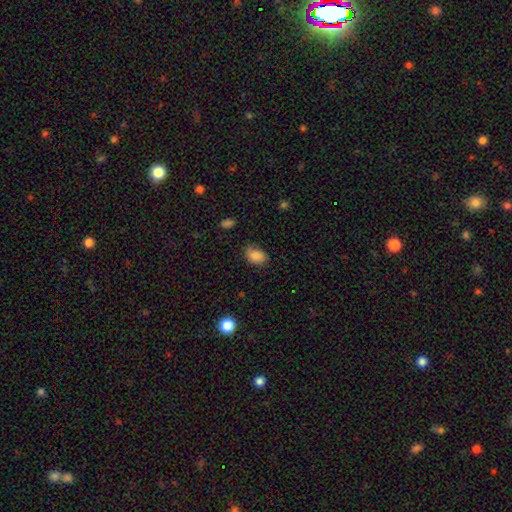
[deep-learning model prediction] Smooth or featured?
  - smooth: 85% *
  - star or artifact: 9%
  - featured or disk: 7%
How rounded?
  - in between: 80% *
  - round: 19%
  - cigar-shaped: 1%
Merging?
  - none: 72% *
  - minor disturbance: 22%
  - major disturbance: 4%
  - merger: 1%